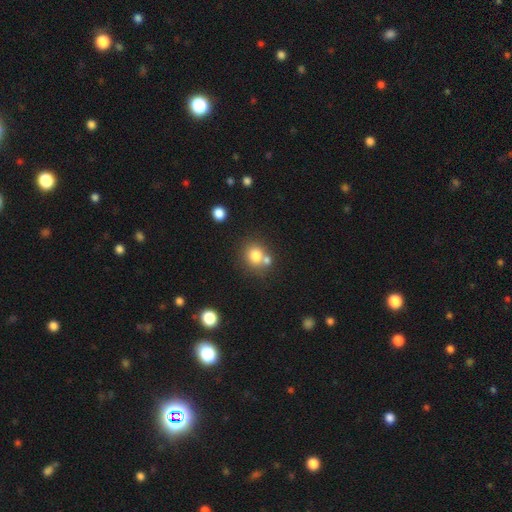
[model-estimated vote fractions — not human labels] Overall: smooth (78%). How rounded: round (78%). Merging: none (52%; merger 36%).